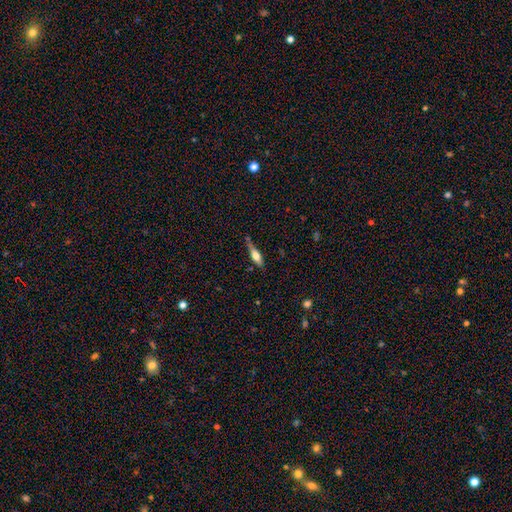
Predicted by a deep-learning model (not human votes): The model was most divided on "smooth or featured": smooth: 53%, featured or disk: 40%, star or artifact: 7%. More confident: merging — none (66%); how rounded — cigar-shaped (60%).